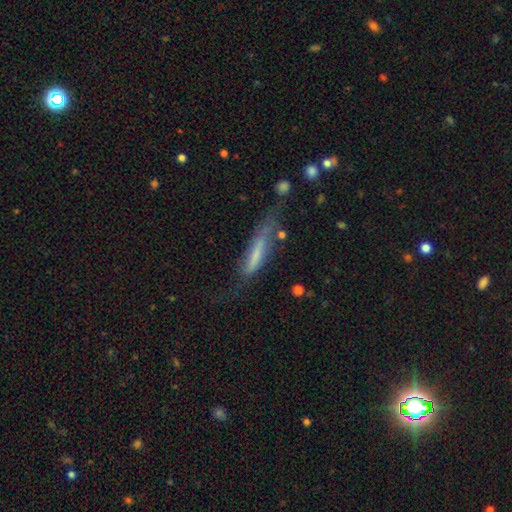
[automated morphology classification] Smooth or featured?
  - smooth: 57% *
  - featured or disk: 35%
  - star or artifact: 8%
How rounded?
  - cigar-shaped: 85% *
  - in between: 13%
  - round: 2%
Merging?
  - none: 39% *
  - minor disturbance: 31%
  - major disturbance: 25%
  - merger: 6%